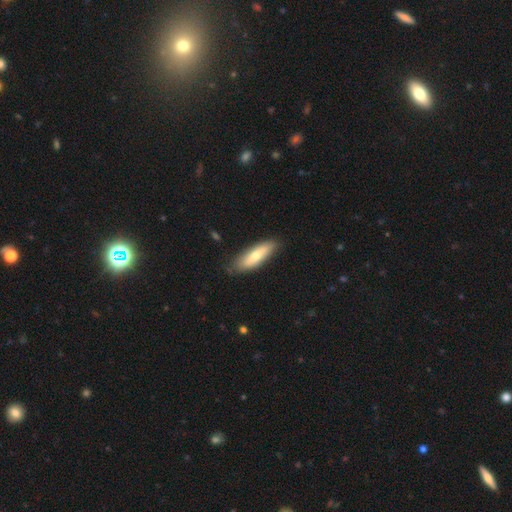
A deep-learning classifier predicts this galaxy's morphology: This is likely a smooth galaxy (66%). How rounded: possibly cigar-shaped (50%). Merging: likely none (80%).